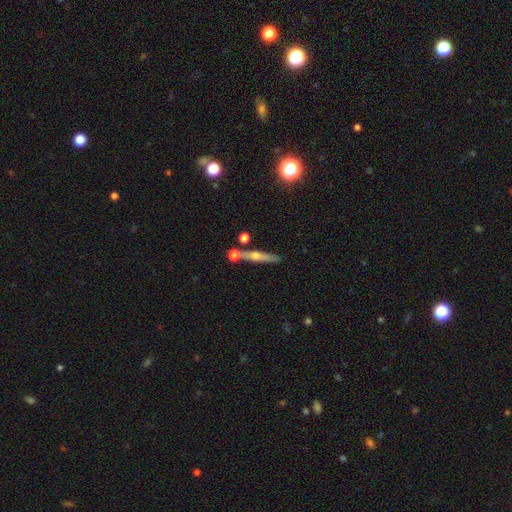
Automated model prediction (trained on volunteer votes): smooth_or_featured: featured or disk (p=0.59) [alt: smooth p=0.31]
disk_edge_on: yes (p=0.93) [alt: no p=0.07]
edge_on_bulge: rounded (p=0.83) [alt: none p=0.13]
merging: none (p=0.77) [alt: minor disturbance p=0.10]